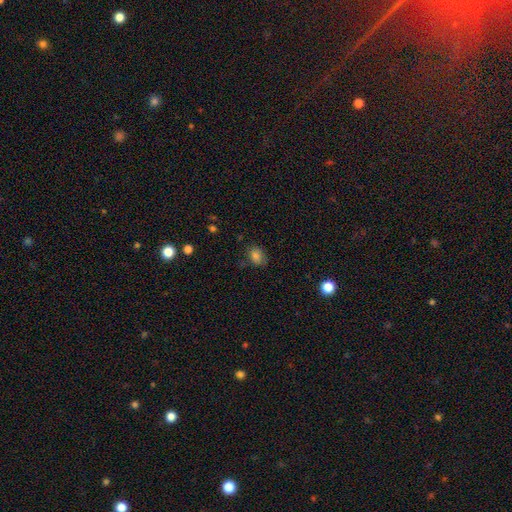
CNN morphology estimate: Q: Smooth or featured?
A: smooth (80%); runner-up: star or artifact (13%)
Q: How rounded?
A: in between (57%); runner-up: round (42%)
Q: Merging?
A: none (71%); runner-up: minor disturbance (22%)